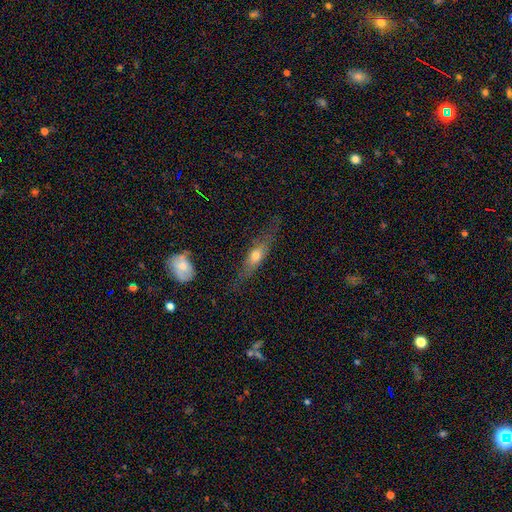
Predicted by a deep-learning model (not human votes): A featured or disk galaxy (47%). Merging: none (66%).